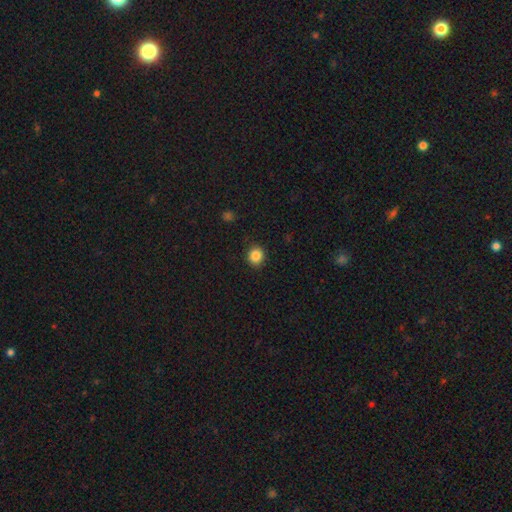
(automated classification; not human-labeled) This appears to be a smooth galaxy with no disk features (86%) that is round (86%). Merging: none (91%).